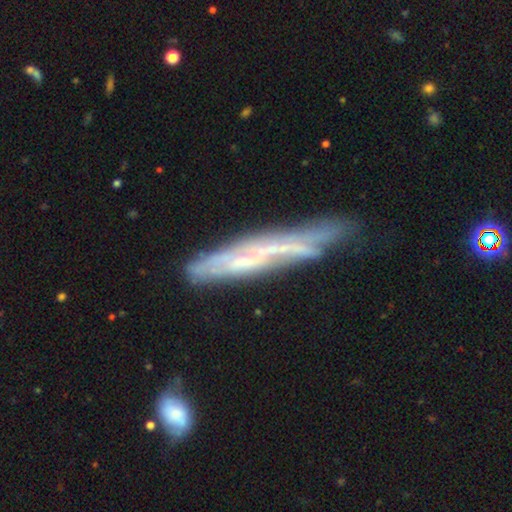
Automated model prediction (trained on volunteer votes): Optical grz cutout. It shows a featured or disk galaxy (68%) viewed edge-on (72%). Merging: none (55%).